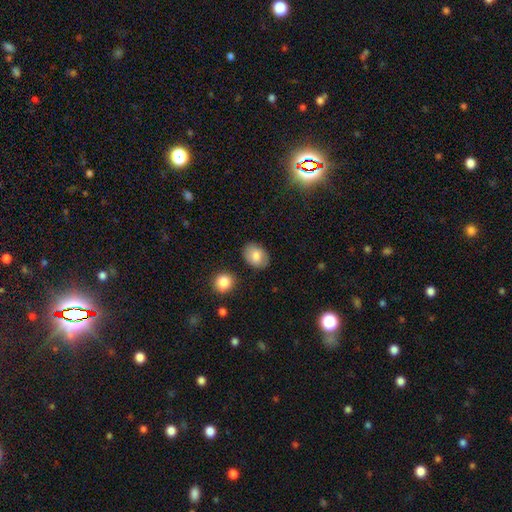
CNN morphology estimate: A smooth galaxy with no disk features (80%) that is in between round and cigar-shaped (73%).

Vote fractions:
- Smooth or featured? smooth: 80% / featured or disk: 13% / star or artifact: 7%
- How rounded? in between: 73% / round: 26% / cigar-shaped: 1%
- Merging? none: 83% / minor disturbance: 12% / major disturbance: 3% / merger: 2%